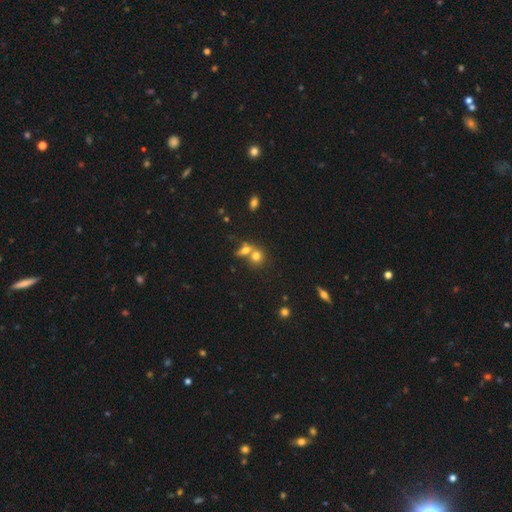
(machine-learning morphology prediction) The model was most divided on "merging": merger: 50%, none: 38%, minor disturbance: 8%, major disturbance: 4%. More confident: how rounded — round (73%); smooth or featured — smooth (71%).